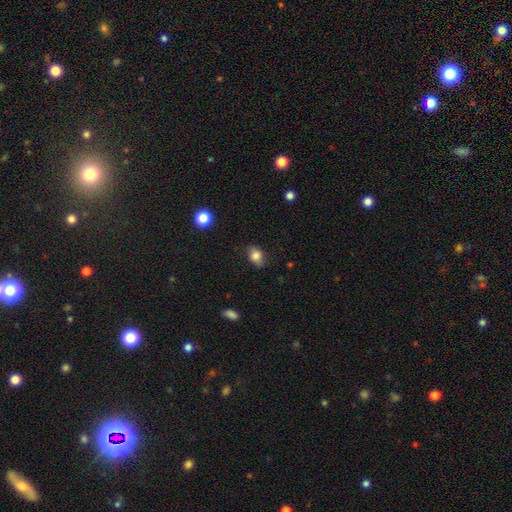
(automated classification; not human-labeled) smooth_or_featured: smooth (p=0.81) [alt: featured or disk p=0.10]
how_rounded: in between (p=0.70) [alt: round p=0.28]
merging: none (p=0.76) [alt: minor disturbance p=0.18]